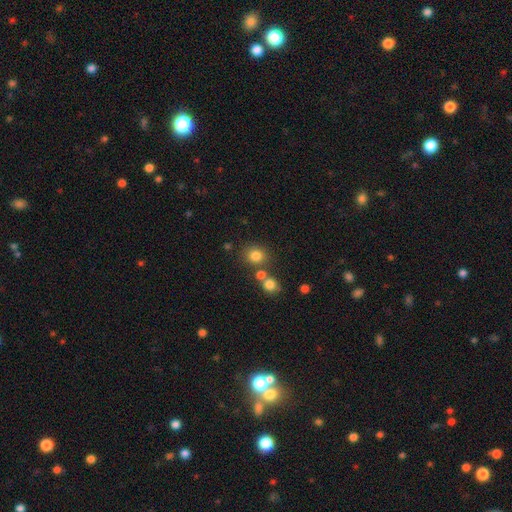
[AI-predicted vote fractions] smooth-or-featured: smooth: 80% | star or artifact: 14% | featured or disk: 7%
  how-rounded: round: 82% | in between: 17% | cigar-shaped: 1%
  merging: none: 71% | merger: 16% | minor disturbance: 9% | major disturbance: 4%